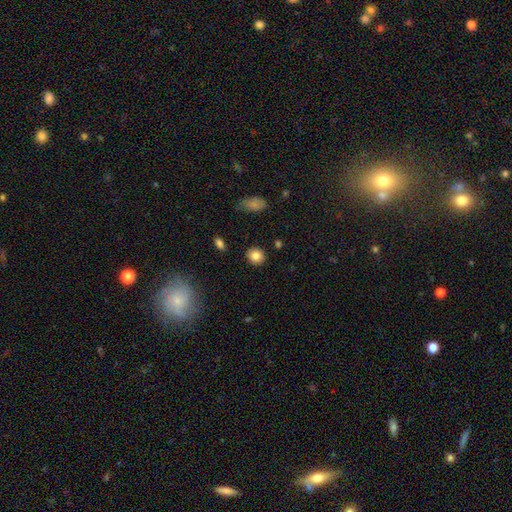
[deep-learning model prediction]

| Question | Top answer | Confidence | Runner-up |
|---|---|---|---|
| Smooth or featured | smooth | 83% | star or artifact (10%) |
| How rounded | round | 83% | in between (16%) |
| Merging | none | 89% | minor disturbance (7%) |